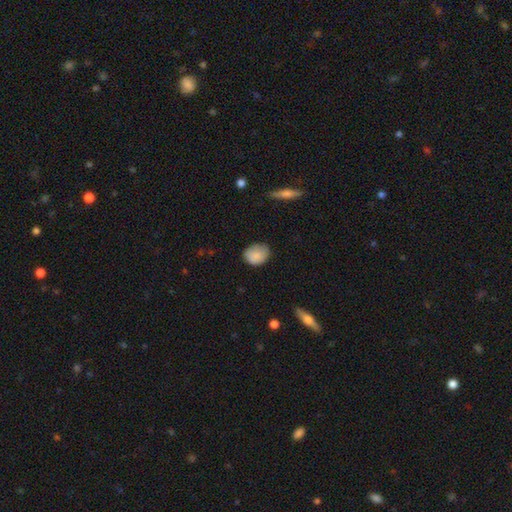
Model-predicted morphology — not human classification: Smooth or featured?
  - smooth: 85% *
  - star or artifact: 8%
  - featured or disk: 7%
How rounded?
  - round: 50% *
  - in between: 49%
  - cigar-shaped: 1%
Merging?
  - none: 68% *
  - minor disturbance: 26%
  - major disturbance: 5%
  - merger: 1%